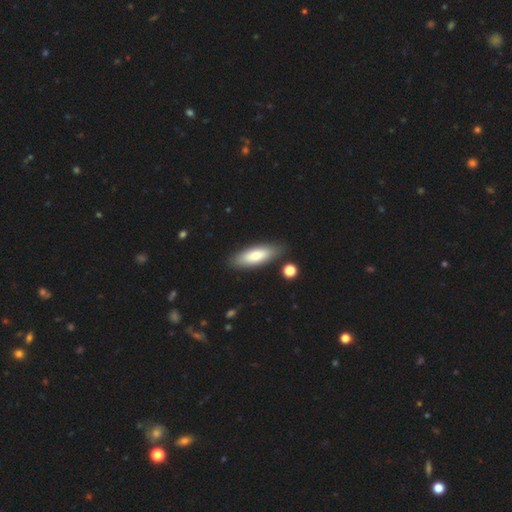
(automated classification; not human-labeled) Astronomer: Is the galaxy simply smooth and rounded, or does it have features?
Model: smooth — 72%.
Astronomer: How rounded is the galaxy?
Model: in between — 61% (runner-up: cigar-shaped, 37%).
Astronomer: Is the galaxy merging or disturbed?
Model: none — 84%.